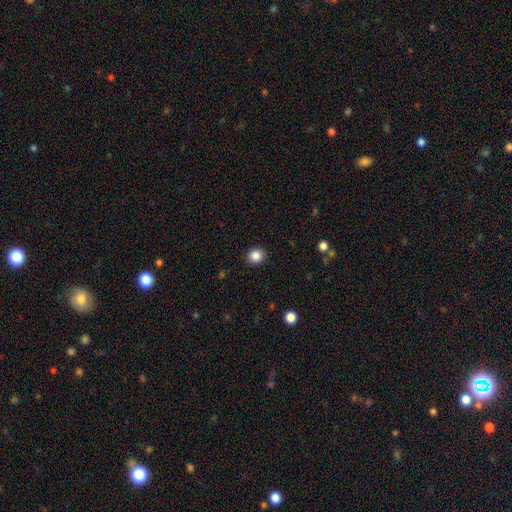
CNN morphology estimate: A smooth galaxy with no disk features (86%) that is round (84%).

Vote fractions:
- Smooth or featured? smooth: 86% / star or artifact: 10% / featured or disk: 3%
- How rounded? round: 84% / in between: 15% / cigar-shaped: 1%
- Merging? none: 91% / minor disturbance: 6% / major disturbance: 2% / merger: 1%